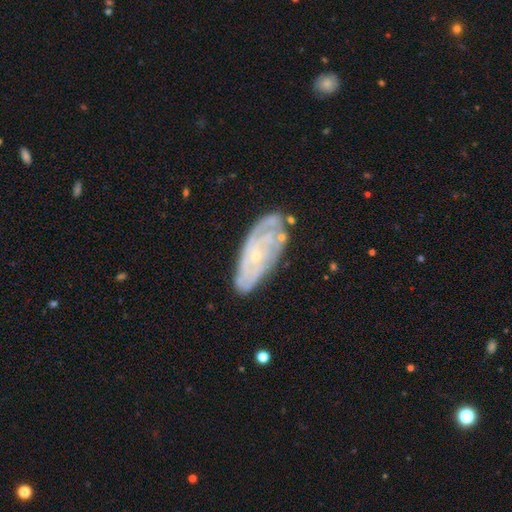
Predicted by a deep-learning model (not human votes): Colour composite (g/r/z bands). It shows a featured or disk galaxy (75%) with no bar (78%), tight (71%) spiral arms (83%) and a small central bulge (79%). Merging: none (74%).